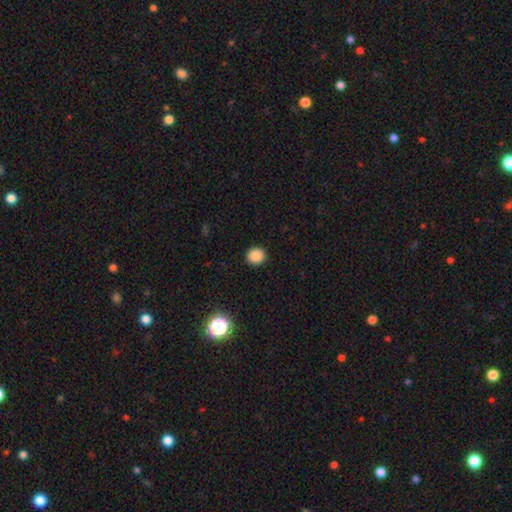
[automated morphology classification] Smooth or featured: smooth — 86% (star or artifact — 11%)
How rounded: round — 89% (in between — 11%)
Merging: none — 92% (minor disturbance — 5%)